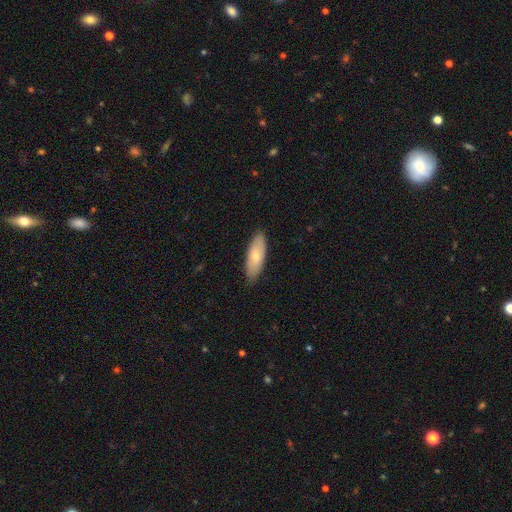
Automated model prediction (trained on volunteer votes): Smooth or featured? smooth (71%)
How rounded? in between (65%)
Merging? none (85%)